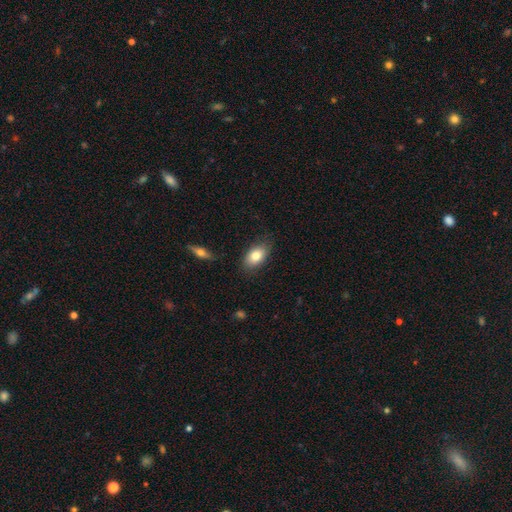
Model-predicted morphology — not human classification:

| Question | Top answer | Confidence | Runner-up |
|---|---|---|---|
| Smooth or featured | smooth | 79% | featured or disk (14%) |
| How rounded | in between | 89% | round (9%) |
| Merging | none | 81% | minor disturbance (14%) |